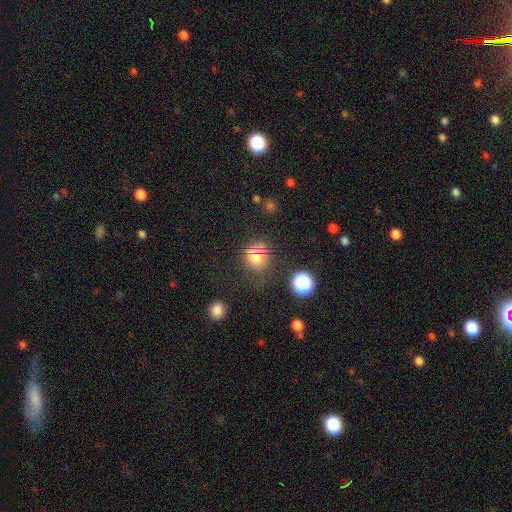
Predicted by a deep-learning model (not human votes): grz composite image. It shows a smooth galaxy with no disk features (60%) that is round (85%). Merging: none (74%).